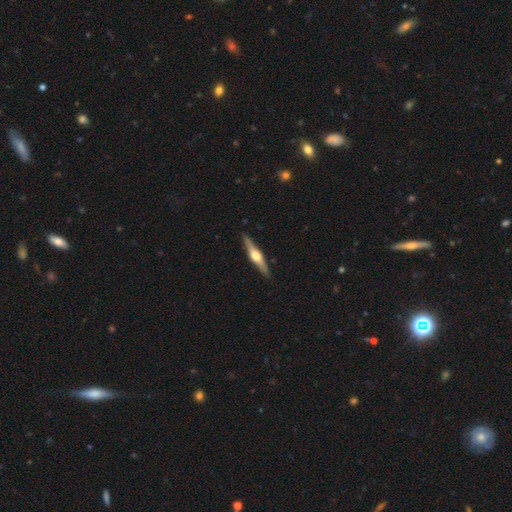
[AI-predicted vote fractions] Smooth or featured? featured or disk (73%)
Edge-on disk? yes (98%)
Edge-on bulge? rounded (94%)
Merging? none (90%)